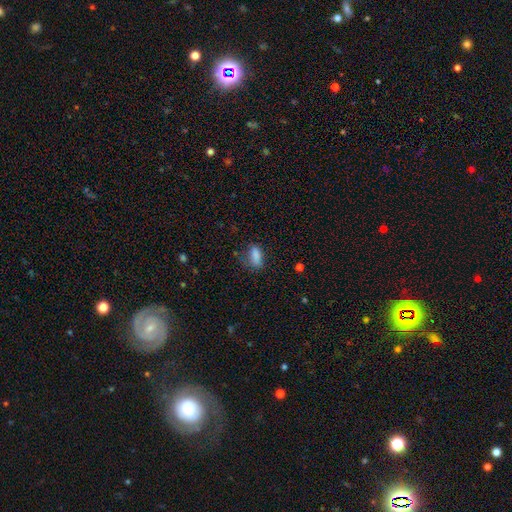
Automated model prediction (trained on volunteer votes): Smooth or featured?
  - smooth: 82% *
  - star or artifact: 10%
  - featured or disk: 9%
How rounded?
  - in between: 85% *
  - cigar-shaped: 10%
  - round: 6%
Merging?
  - none: 50% *
  - minor disturbance: 30%
  - major disturbance: 18%
  - merger: 3%